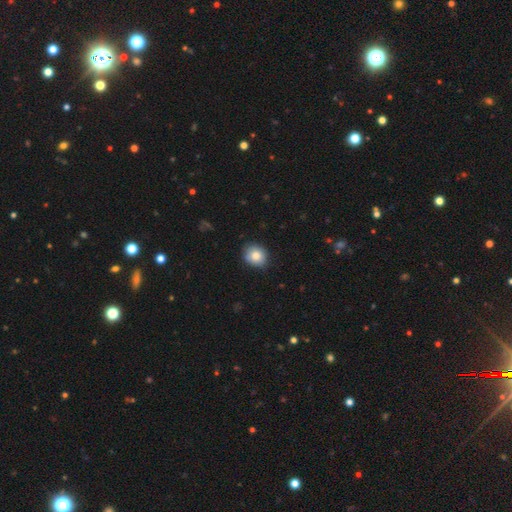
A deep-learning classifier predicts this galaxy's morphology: Smooth or featured: smooth — 80% (featured or disk — 11%)
How rounded: round — 67% (in between — 32%)
Merging: none — 79% (minor disturbance — 17%)